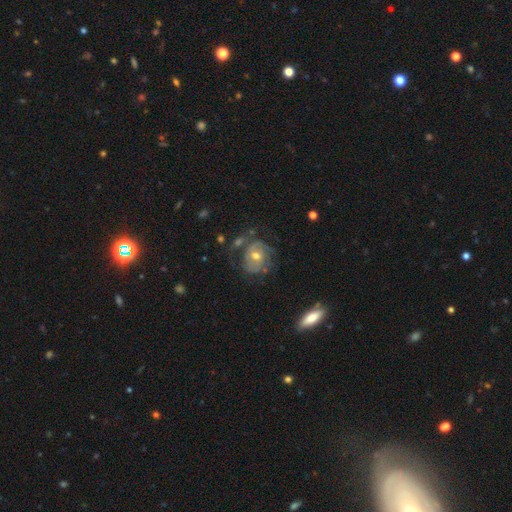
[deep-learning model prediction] Smooth or featured: featured or disk — 73% (smooth — 20%)
Edge-on disk: no — 97% (yes — 3%)
Bar: no — 72% (weak — 23%)
Spiral arms: yes — 82% (no — 18%)
Spiral winding: tight — 57% (medium — 31%)
Spiral arm count: 2 — 40% (can't tell — 34%)
Bulge size: moderate — 68% (small — 27%)
Merging: none — 54% (minor disturbance — 22%)